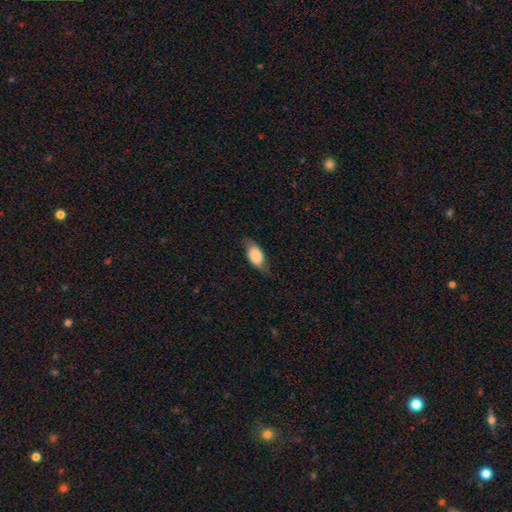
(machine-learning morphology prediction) smooth-or-featured: smooth: 64% | featured or disk: 28% | star or artifact: 8%
  how-rounded: in between: 88% | round: 6% | cigar-shaped: 6%
  merging: none: 68% | minor disturbance: 23% | major disturbance: 8% | merger: 1%